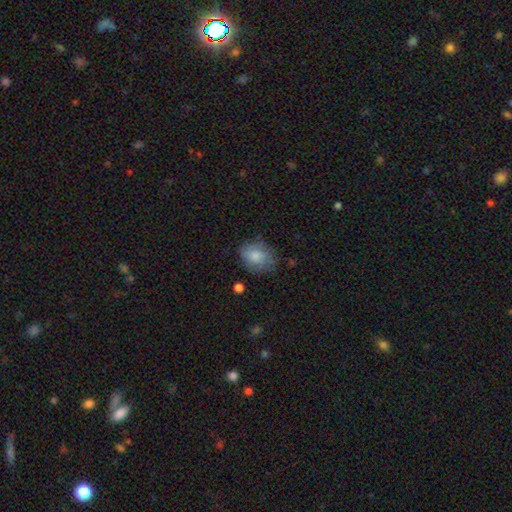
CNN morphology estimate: Smooth or featured? Predicted: smooth (p=0.77). How rounded? Predicted: in between (p=0.52). Merging? Predicted: none (p=0.65).